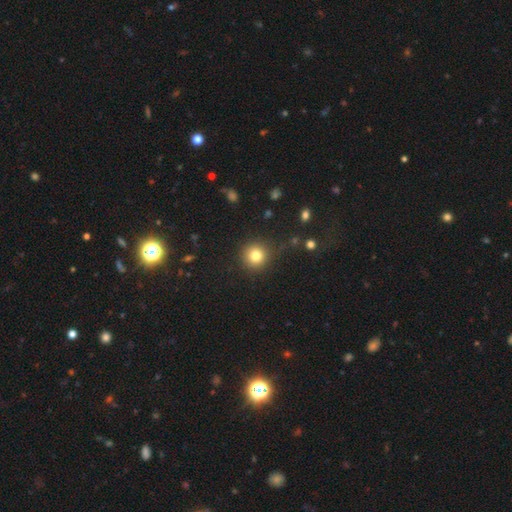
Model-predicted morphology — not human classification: smooth_or_featured: smooth (p=0.81) [alt: star or artifact p=0.12]
how_rounded: round (p=0.93) [alt: in between p=0.06]
merging: none (p=0.88) [alt: minor disturbance p=0.08]